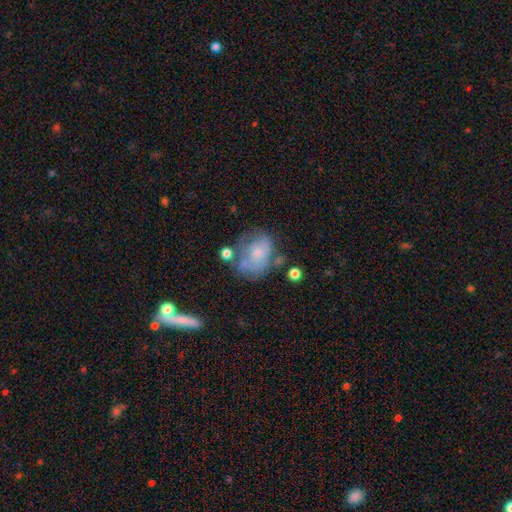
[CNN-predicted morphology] Q: Smooth or featured?
A: smooth (51%); runner-up: featured or disk (40%)
Q: How rounded?
A: in between (53%); runner-up: round (46%)
Q: Merging?
A: none (39%); runner-up: minor disturbance (28%)